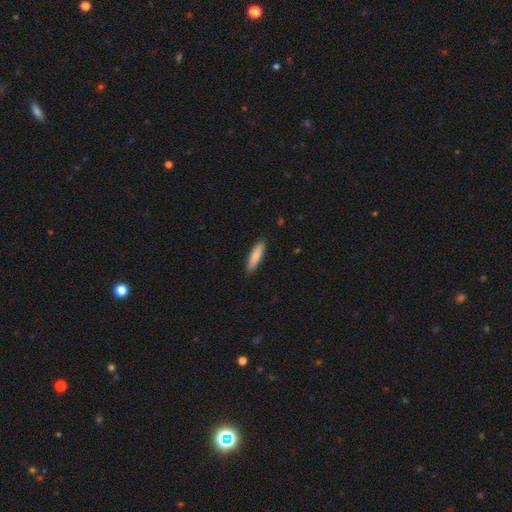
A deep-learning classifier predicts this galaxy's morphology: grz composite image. It shows a smooth galaxy with no disk features (84%) that is cigar-shaped (76%). Merging: none (89%).